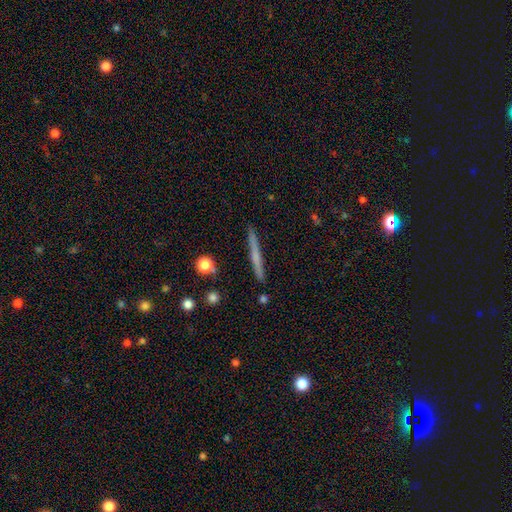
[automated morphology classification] Q: Smooth or featured?
A: smooth (48%); runner-up: featured or disk (46%)
Q: Merging?
A: none (90%); runner-up: minor disturbance (7%)